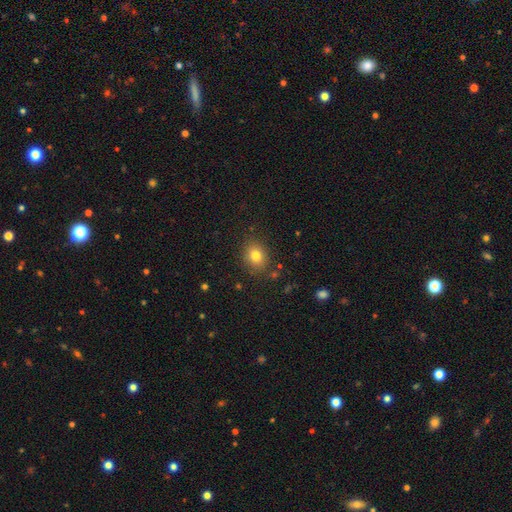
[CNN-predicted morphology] type=smooth (80%); roundness=round (61%); merging=none (85%).